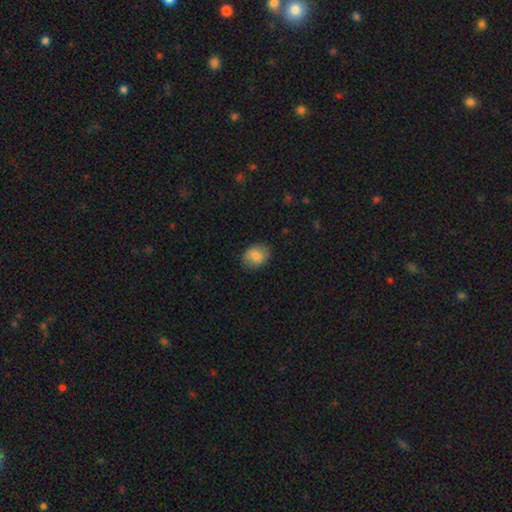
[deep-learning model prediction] This is clearly a smooth galaxy (80%). How rounded: possibly in between (58%). Merging: likely none (79%).